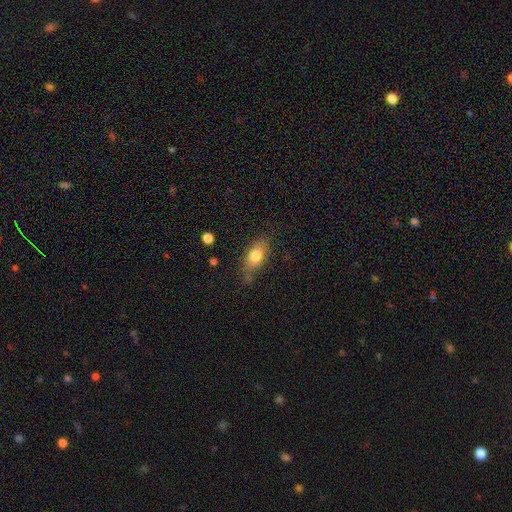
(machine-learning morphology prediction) Smooth or featured? Predicted: smooth (p=0.76). How rounded? Predicted: in between (p=0.82). Merging? Predicted: none (p=0.64).